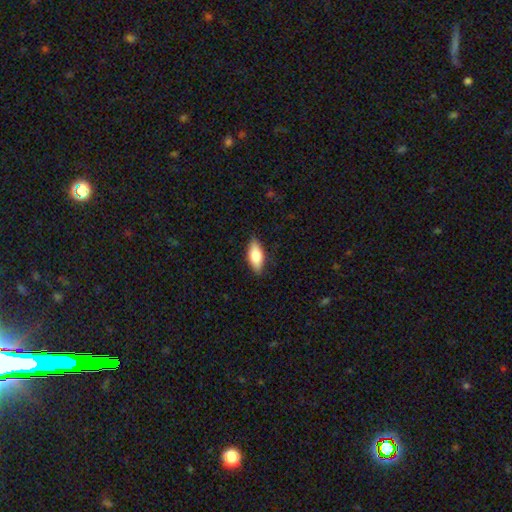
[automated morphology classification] Smooth or featured: smooth — 81% (featured or disk — 14%)
How rounded: in between — 82% (cigar-shaped — 15%)
Merging: none — 86% (minor disturbance — 11%)